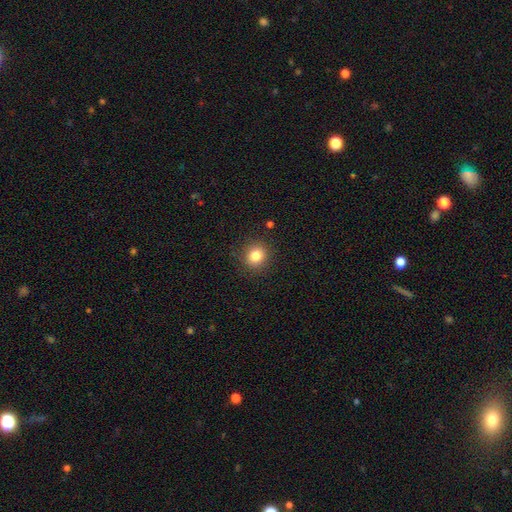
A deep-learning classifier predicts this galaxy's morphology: smooth_or_featured: smooth (p=0.82) [alt: star or artifact p=0.11]
how_rounded: round (p=0.81) [alt: in between p=0.18]
merging: none (p=0.90) [alt: minor disturbance p=0.07]